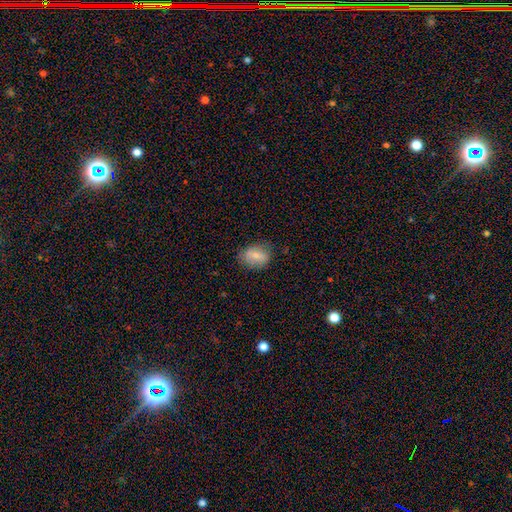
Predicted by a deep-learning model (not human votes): Smooth or featured: smooth — 76% (featured or disk — 16%)
How rounded: in between — 70% (round — 28%)
Merging: none — 74% (minor disturbance — 19%)